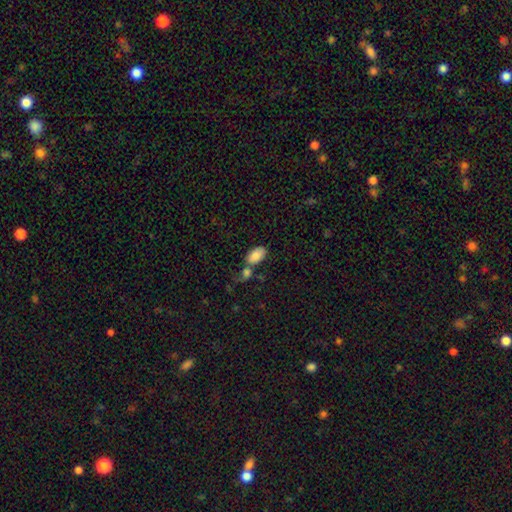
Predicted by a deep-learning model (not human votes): A smooth galaxy with no disk features (85%) that is in between round and cigar-shaped (94%).

Vote fractions:
- Smooth or featured? smooth: 85% / star or artifact: 7% / featured or disk: 7%
- How rounded? in between: 94% / round: 4% / cigar-shaped: 2%
- Merging? none: 42% / merger: 37% / minor disturbance: 14% / major disturbance: 7%